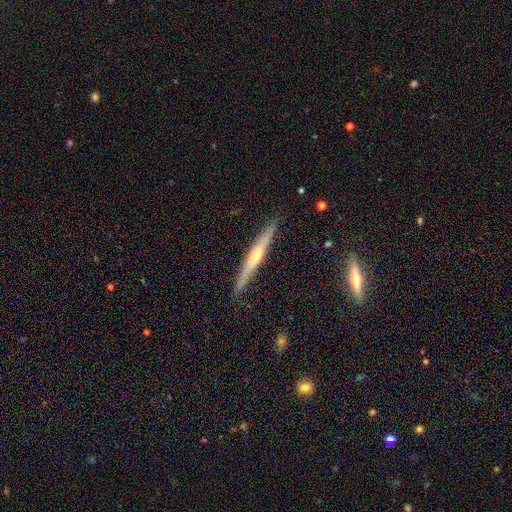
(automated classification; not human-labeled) Overall: featured or disk (69%). Edge-on disk: yes (97%). Edge-on bulge: rounded (78%). Merging: none (89%).